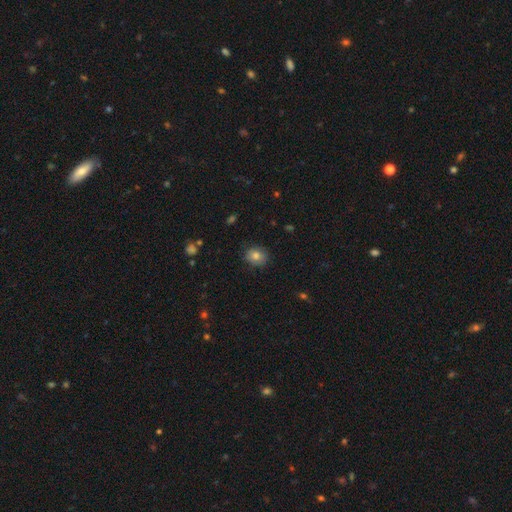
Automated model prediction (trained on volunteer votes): A smooth galaxy with no disk features (80%) that is round (68%). Merging: none (83%).